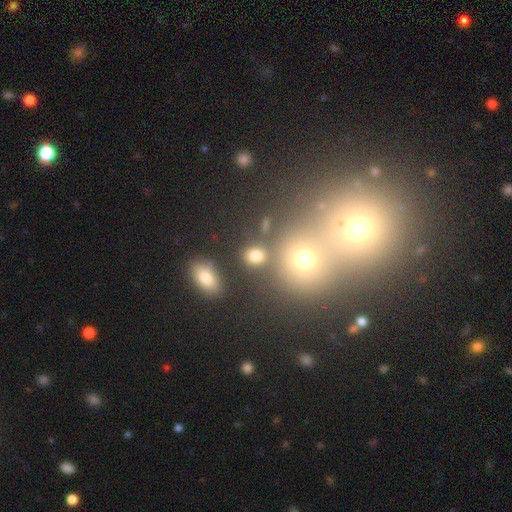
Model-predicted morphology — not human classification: Overall: smooth (75%). How rounded: round (67%; in between 32%). Merging: none (72%).